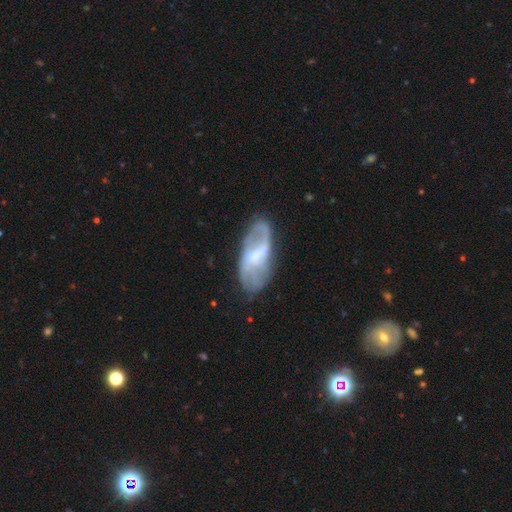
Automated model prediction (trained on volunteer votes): This appears to be a featured or disk galaxy (68%) with a weak bar (50%), 2 (59%) loose (46%) spiral arms (80%) and a small central bulge (38%). Merging: none (68%).